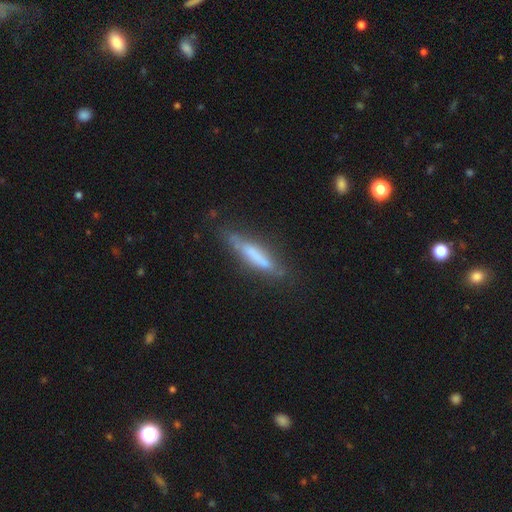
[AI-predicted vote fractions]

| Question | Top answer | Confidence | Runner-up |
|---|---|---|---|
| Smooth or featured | smooth | 52% | featured or disk (41%) |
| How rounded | cigar-shaped | 87% | in between (11%) |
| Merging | none | 69% | minor disturbance (22%) |